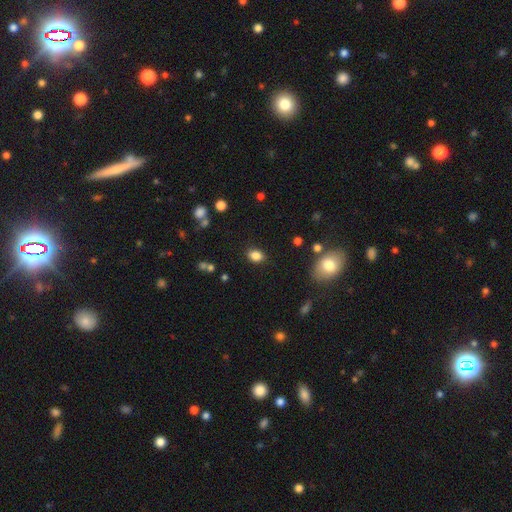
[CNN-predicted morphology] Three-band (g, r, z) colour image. It shows a smooth galaxy with no disk features (84%) that is in between round and cigar-shaped (74%). Merging: none (83%).